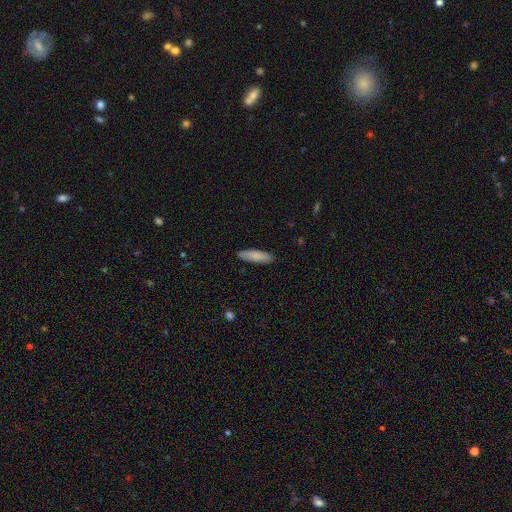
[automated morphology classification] Q: Smooth or featured?
A: smooth (84%); runner-up: featured or disk (10%)
Q: How rounded?
A: cigar-shaped (58%); runner-up: in between (40%)
Q: Merging?
A: none (88%); runner-up: minor disturbance (9%)